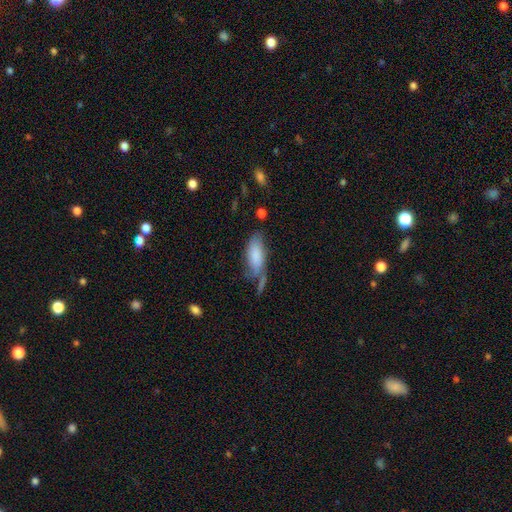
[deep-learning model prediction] Smooth or featured: smooth — 79% (featured or disk — 15%)
How rounded: in between — 82% (cigar-shaped — 16%)
Merging: none — 48% (minor disturbance — 27%)